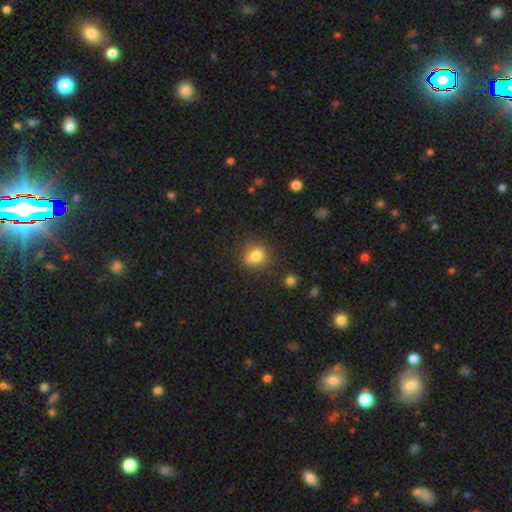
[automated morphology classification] A smooth galaxy with no disk features (80%) that is round (72%). Merging: none (77%).